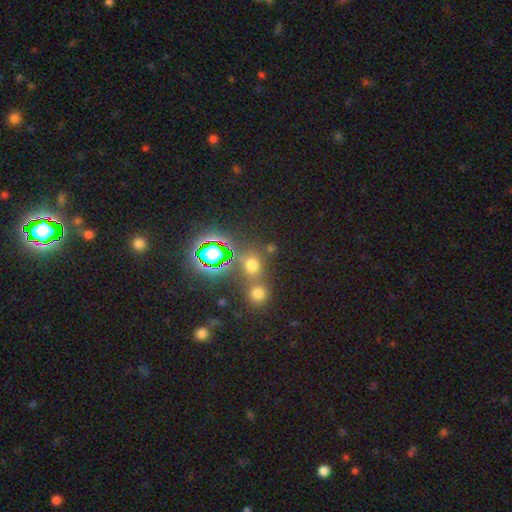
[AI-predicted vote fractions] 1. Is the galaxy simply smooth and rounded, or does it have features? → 68% star or artifact, 24% smooth, 8% featured or disk.